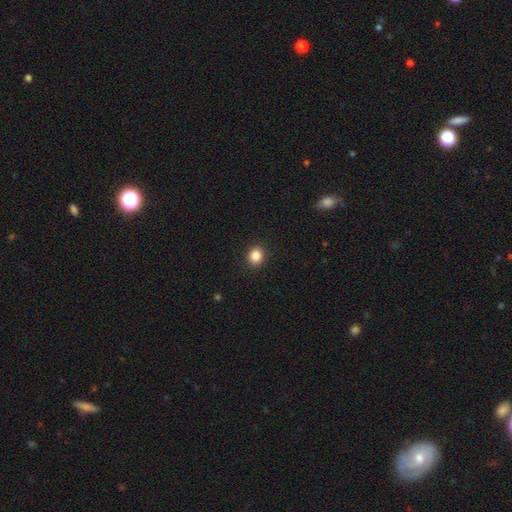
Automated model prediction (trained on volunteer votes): This is clearly a smooth galaxy (87%). How rounded: likely round (75%). Merging: clearly none (91%).